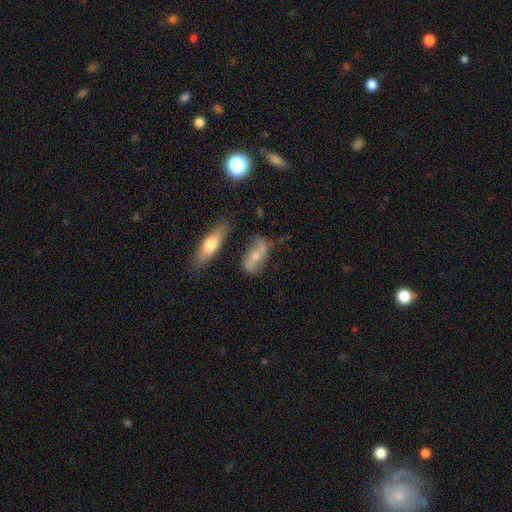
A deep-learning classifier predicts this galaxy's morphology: smooth_or_featured: featured or disk (p=0.53) [alt: smooth p=0.37]
disk_edge_on: no (p=0.79) [alt: yes p=0.21]
merging: none (p=0.63) [alt: minor disturbance p=0.22]